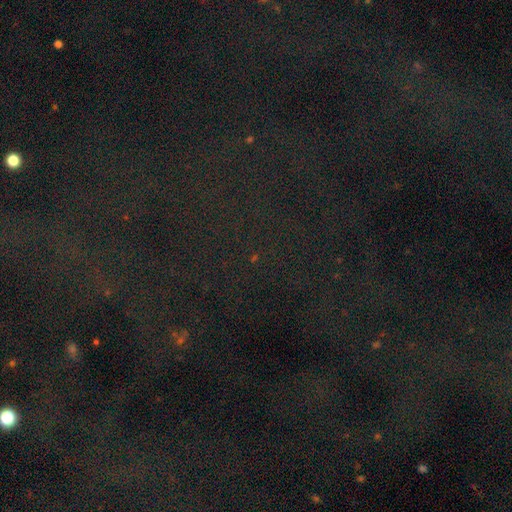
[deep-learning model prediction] A star or artifact, not a galaxy (79%).

Vote fractions:
- Smooth or featured? star or artifact: 79% / smooth: 13% / featured or disk: 9%